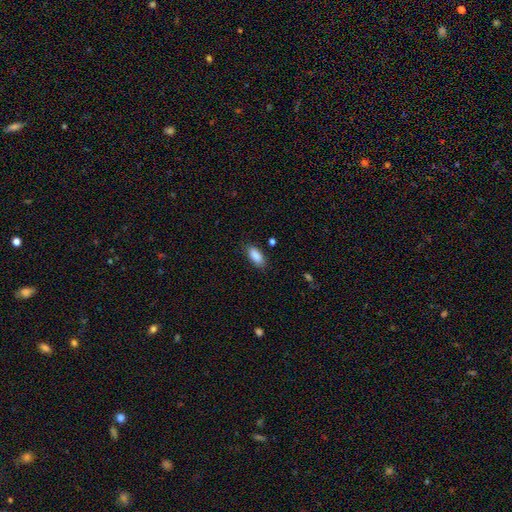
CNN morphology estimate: The model was most divided on "merging": none: 84%, minor disturbance: 12%, major disturbance: 3%, merger: 2%. More confident: smooth or featured — smooth (89%); how rounded — in between (88%).